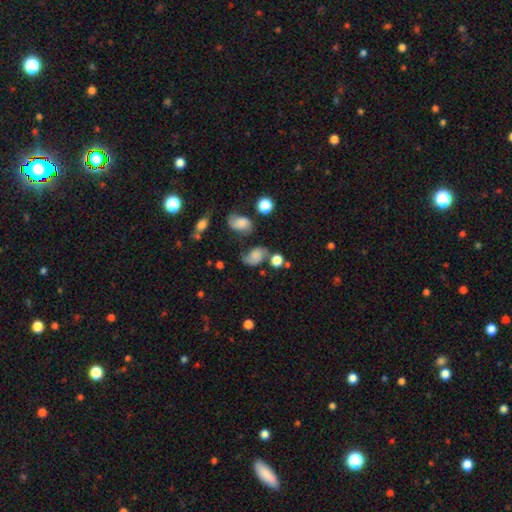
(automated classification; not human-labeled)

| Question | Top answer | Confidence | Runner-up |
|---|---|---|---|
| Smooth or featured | smooth | 54% | featured or disk (31%) |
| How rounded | in between | 66% | round (32%) |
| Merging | none | 45% | minor disturbance (25%) |